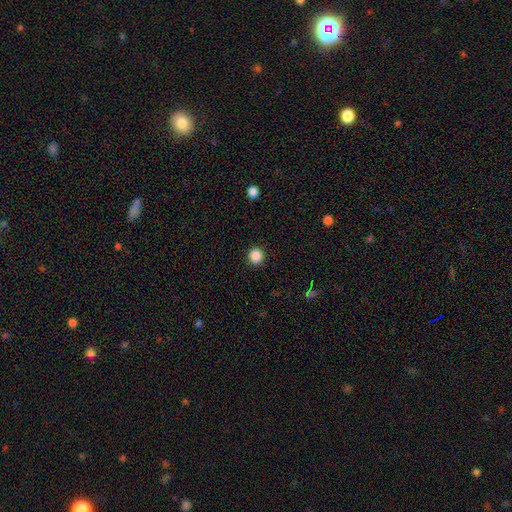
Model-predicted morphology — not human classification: This appears to be a smooth galaxy with no disk features (87%) that is round (94%). Merging: none (92%).